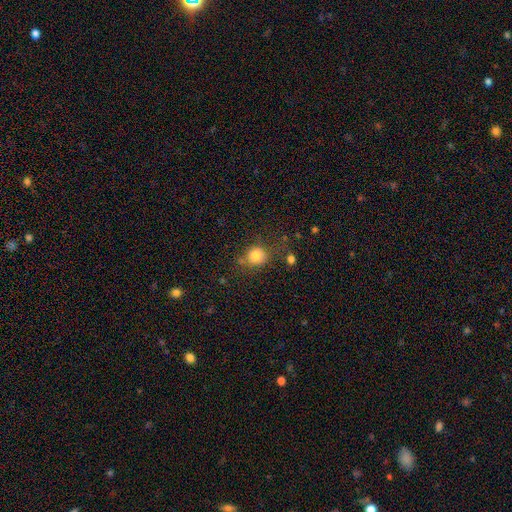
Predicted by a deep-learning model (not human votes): A smooth galaxy with no disk features (80%) that is round (82%).

Vote fractions:
- Smooth or featured? smooth: 80% / star or artifact: 11% / featured or disk: 8%
- How rounded? round: 82% / in between: 16% / cigar-shaped: 1%
- Merging? none: 65% / minor disturbance: 19% / merger: 8% / major disturbance: 8%